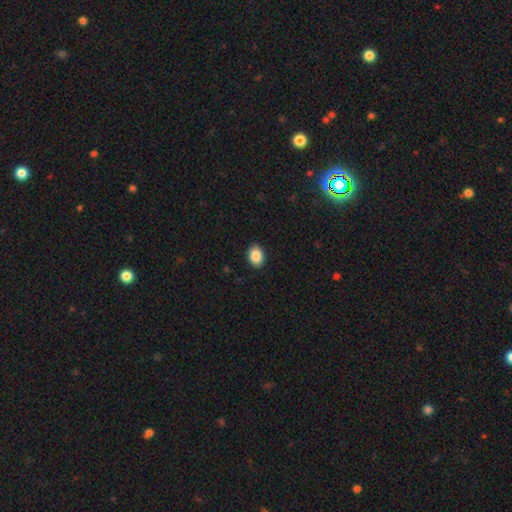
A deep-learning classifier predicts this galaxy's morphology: This appears to be a smooth galaxy with no disk features (88%) that is in between round and cigar-shaped (71%). Merging: none (90%).